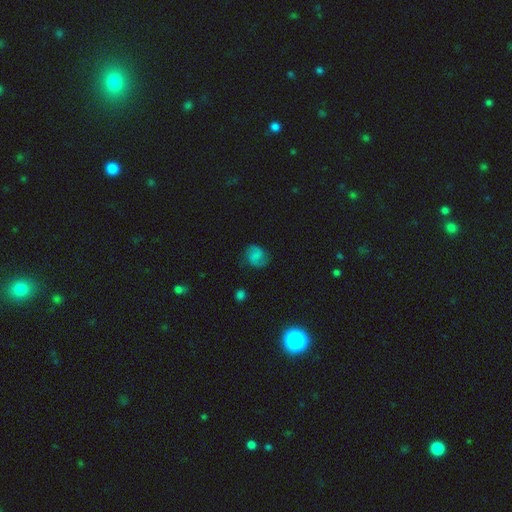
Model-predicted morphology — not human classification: featured or disk 51%, smooth 38%, star or artifact 11%. Down the decision tree: edge-on disk — no (98%); merging — none (76%).